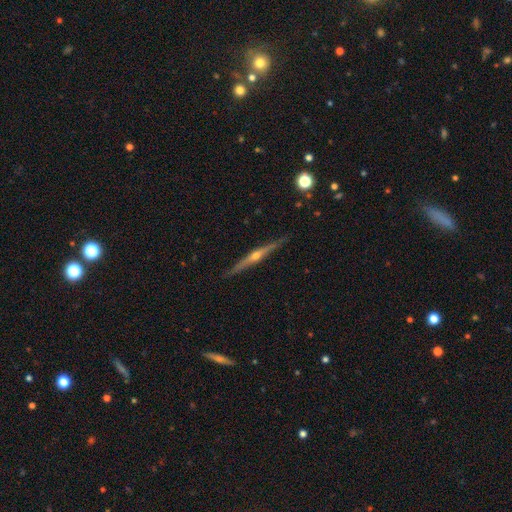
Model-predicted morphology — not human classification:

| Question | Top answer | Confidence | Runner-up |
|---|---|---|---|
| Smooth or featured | featured or disk | 83% | smooth (11%) |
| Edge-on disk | yes | 98% | no (2%) |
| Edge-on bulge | rounded | 89% | none (7%) |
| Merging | none | 91% | minor disturbance (7%) |